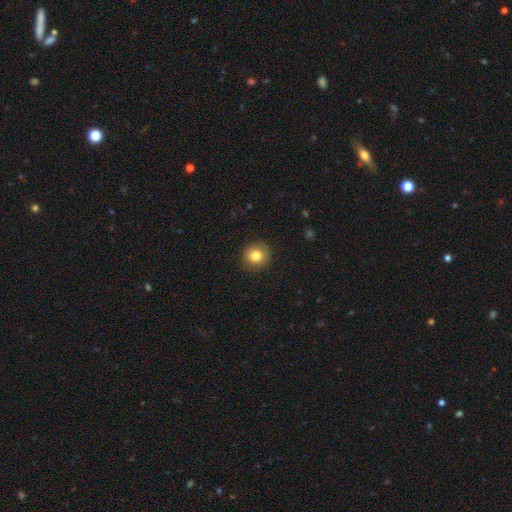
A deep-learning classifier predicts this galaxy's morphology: smooth_or_featured: smooth (p=0.82) [alt: star or artifact p=0.10]
how_rounded: round (p=0.91) [alt: in between p=0.08]
merging: none (p=0.89) [alt: minor disturbance p=0.07]